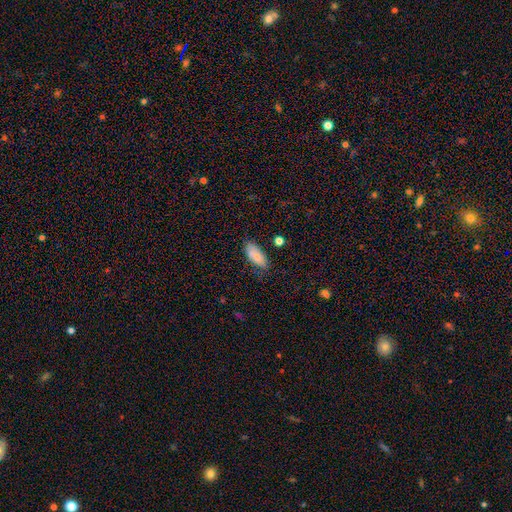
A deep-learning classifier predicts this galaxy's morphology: A smooth galaxy with no disk features (81%) that is in between round and cigar-shaped (85%). Merging: none (72%).